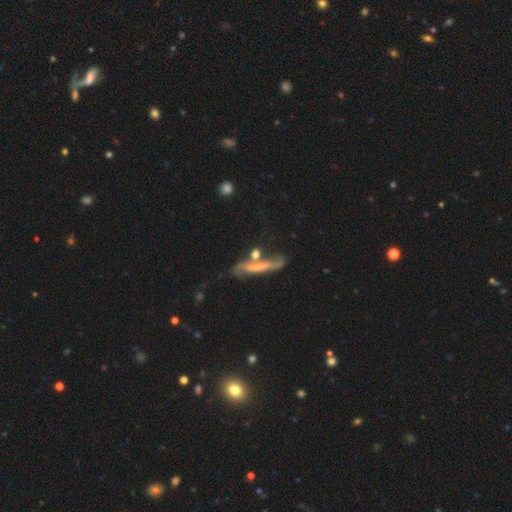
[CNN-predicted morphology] Smooth or featured? Predicted: featured or disk (p=0.61). Edge-on disk? Predicted: no (p=0.50, tied with yes). Merging? Predicted: none (p=0.48).